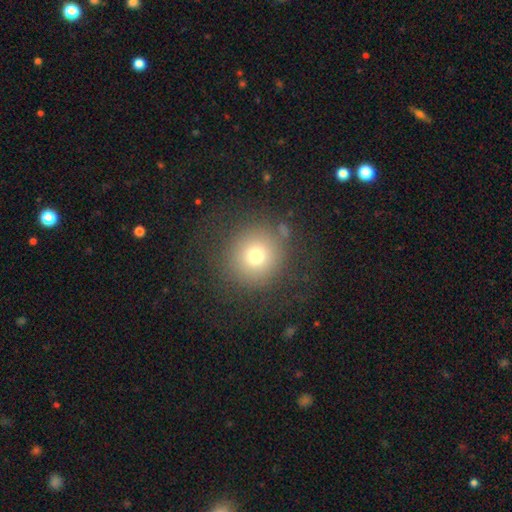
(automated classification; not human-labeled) Smooth or featured: smooth — 71% (star or artifact — 15%)
How rounded: round — 93% (in between — 6%)
Merging: none — 79% (minor disturbance — 11%)